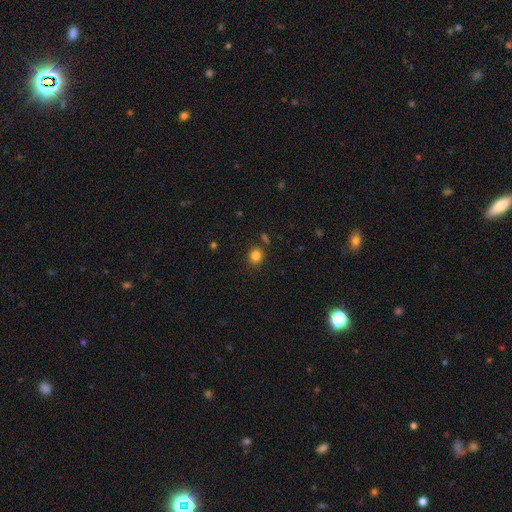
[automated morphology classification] smooth-or-featured: smooth: 83% | star or artifact: 12% | featured or disk: 5%
  how-rounded: round: 83% | in between: 16% | cigar-shaped: 1%
  merging: none: 82% | minor disturbance: 10% | merger: 5% | major disturbance: 3%